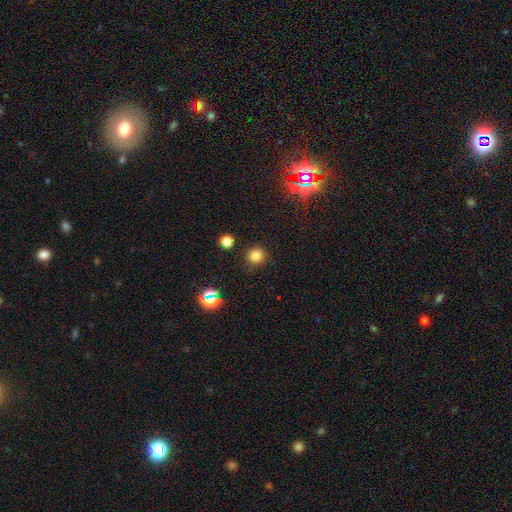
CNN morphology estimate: Smooth or featured? smooth (79%)
How rounded? round (91%)
Merging? none (87%)